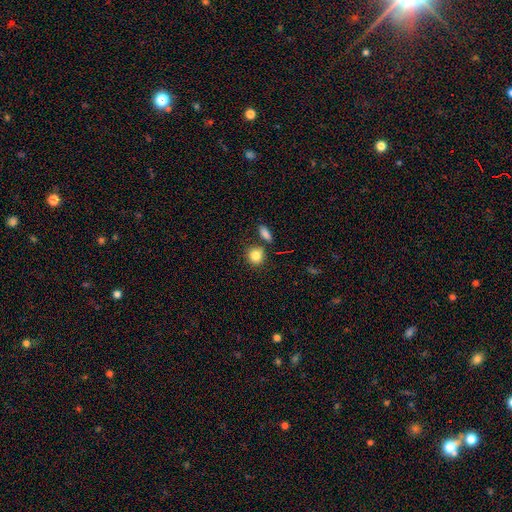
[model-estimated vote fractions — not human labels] This is clearly a smooth galaxy (83%). How rounded: clearly round (80%). Merging: likely none (72%).